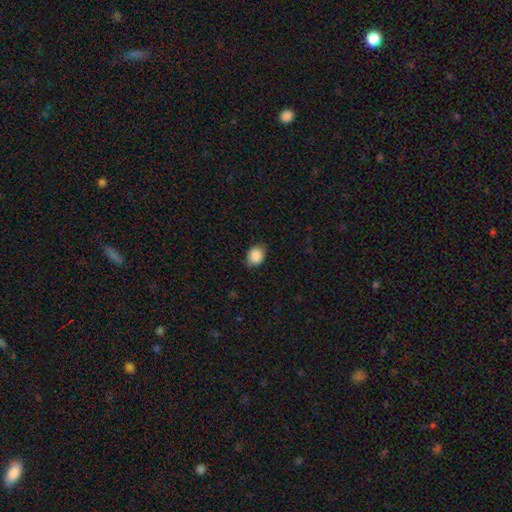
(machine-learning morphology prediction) smooth_or_featured: smooth (p=0.88) [alt: star or artifact p=0.07]
how_rounded: in between (p=0.57) [alt: round p=0.42]
merging: none (p=0.78) [alt: minor disturbance p=0.18]